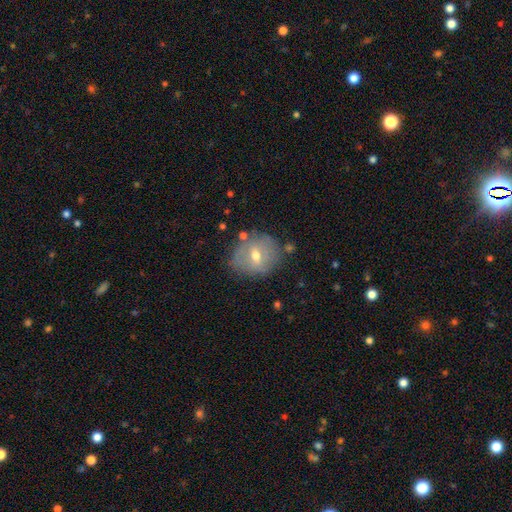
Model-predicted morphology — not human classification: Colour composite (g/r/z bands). It shows a smooth galaxy with no disk features (45%, tied with featured or disk). Merging: none (70%).